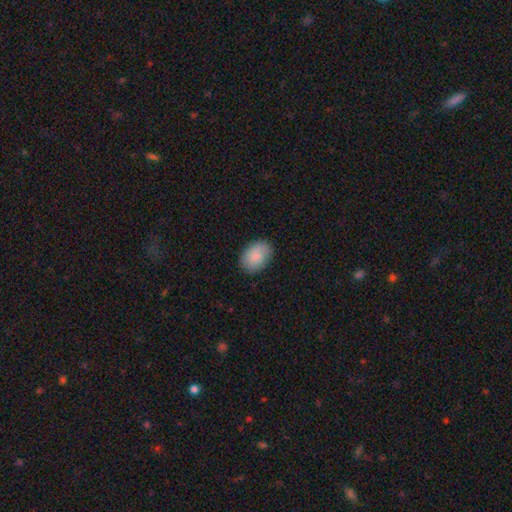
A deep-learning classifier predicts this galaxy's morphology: A smooth galaxy with no disk features (85%) that is in between round and cigar-shaped (77%). Merging: none (83%).